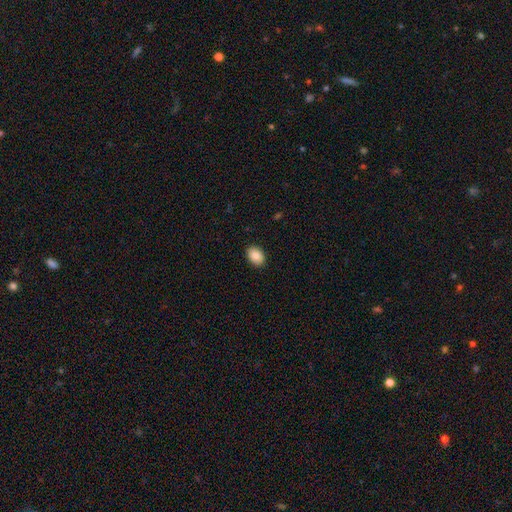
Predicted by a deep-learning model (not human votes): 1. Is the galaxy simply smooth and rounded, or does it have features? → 87% smooth, 7% star or artifact, 6% featured or disk.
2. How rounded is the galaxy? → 80% in between, 19% round, 1% cigar-shaped.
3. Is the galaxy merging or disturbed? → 89% none, 8% minor disturbance, 2% major disturbance, 1% merger.